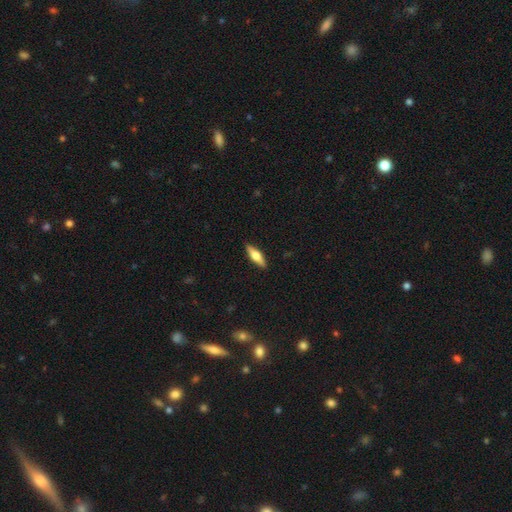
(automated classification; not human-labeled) Overall: smooth (51%; featured or disk 43%). How rounded: cigar-shaped (58%; in between 40%). Merging: none (90%).